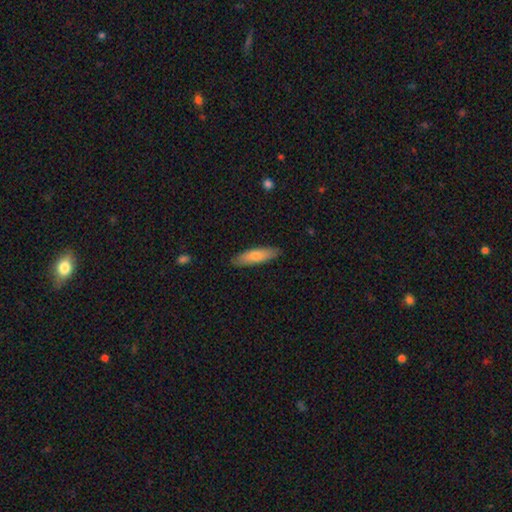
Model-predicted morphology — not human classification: smooth-or-featured: smooth: 74% | featured or disk: 21% | star or artifact: 6%
  how-rounded: cigar-shaped: 66% | in between: 32% | round: 2%
  merging: none: 88% | minor disturbance: 10% | major disturbance: 2% | merger: 1%